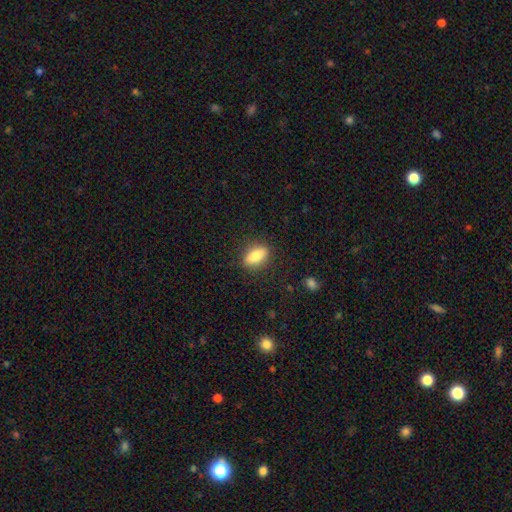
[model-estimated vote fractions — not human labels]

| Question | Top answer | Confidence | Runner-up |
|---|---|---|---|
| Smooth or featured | smooth | 76% | featured or disk (17%) |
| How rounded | in between | 76% | cigar-shaped (18%) |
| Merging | none | 85% | minor disturbance (10%) |